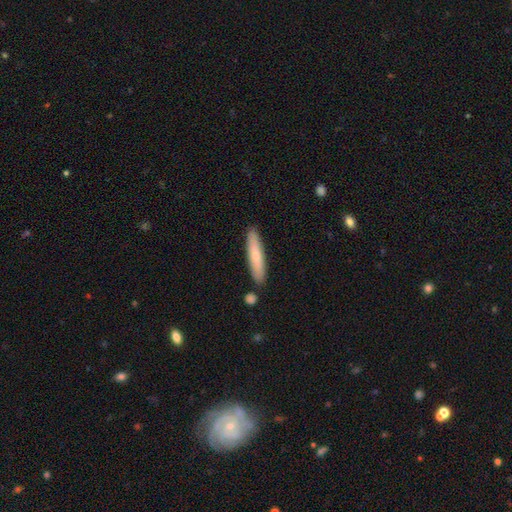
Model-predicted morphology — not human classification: smooth-or-featured: smooth: 68% | featured or disk: 26% | star or artifact: 6%
  how-rounded: cigar-shaped: 87% | in between: 11% | round: 1%
  merging: none: 86% | minor disturbance: 9% | merger: 4% | major disturbance: 2%